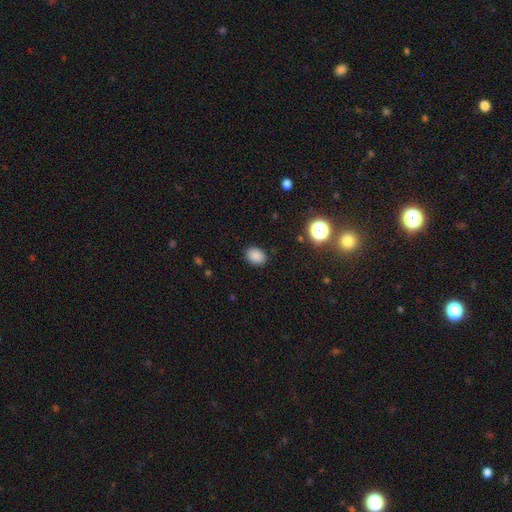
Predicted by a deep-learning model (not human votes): This appears to be a smooth galaxy with no disk features (85%) that is in between round and cigar-shaped (65%). Merging: none (87%).